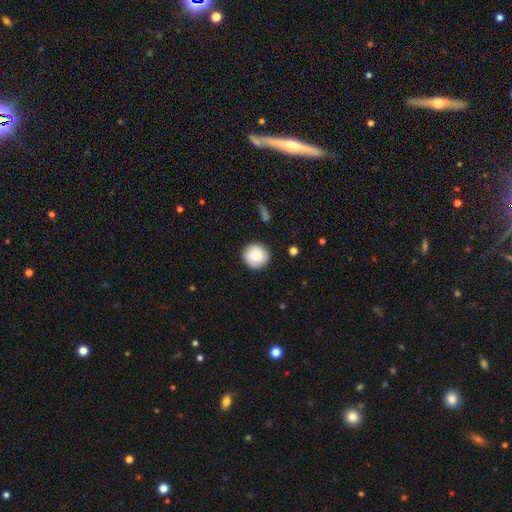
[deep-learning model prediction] smooth-or-featured: smooth: 77% | featured or disk: 15% | star or artifact: 7%
  how-rounded: round: 92% | in between: 7% | cigar-shaped: 1%
  merging: none: 86% | minor disturbance: 10% | major disturbance: 3% | merger: 2%